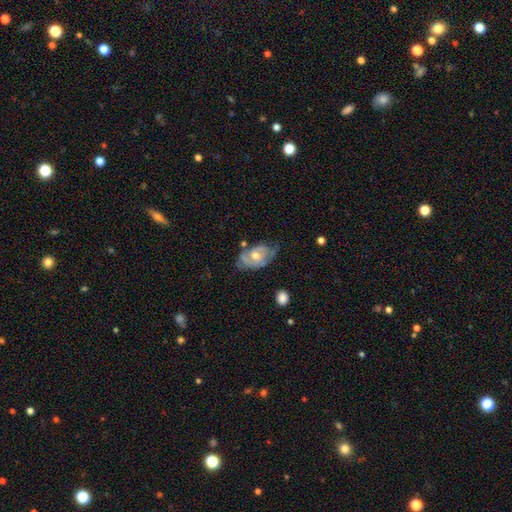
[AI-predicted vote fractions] Smooth or featured? featured or disk (71%)
Edge-on disk? no (94%)
Bar? no (65%)
Spiral arms? yes (74%)
Bulge size? moderate (68%)
Merging? none (51%)